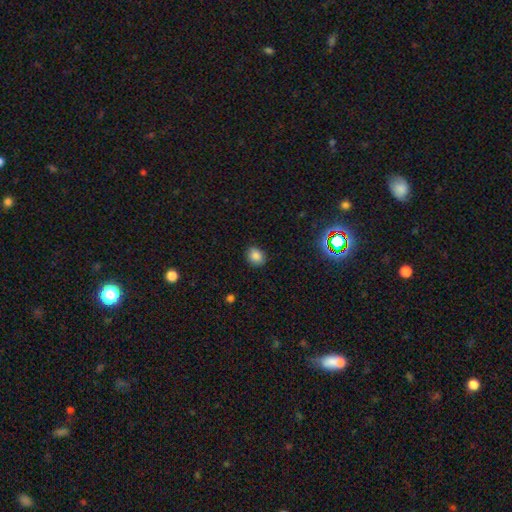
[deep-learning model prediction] This is clearly a smooth galaxy (82%). How rounded: likely round (61%). Merging: clearly none (84%).